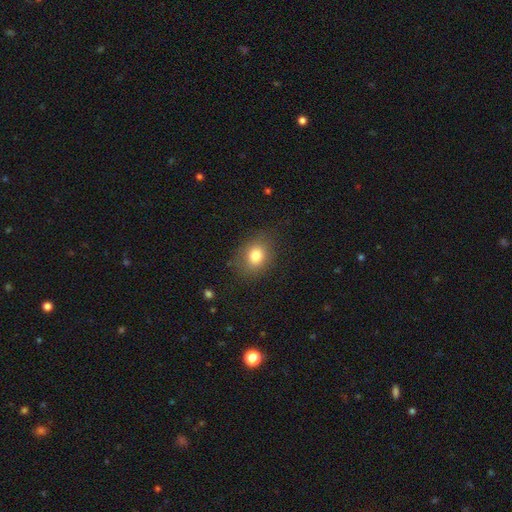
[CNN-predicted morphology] Smooth or featured? smooth (80%)
How rounded? in between (52%)
Merging? none (77%)